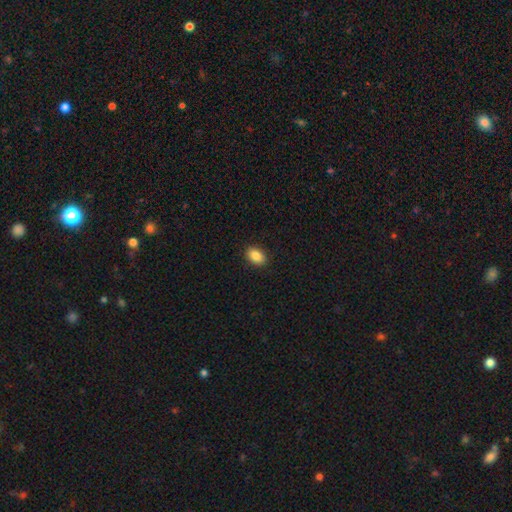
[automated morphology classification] Smooth or featured: smooth — 87% (star or artifact — 8%)
How rounded: in between — 86% (round — 13%)
Merging: none — 90% (minor disturbance — 8%)